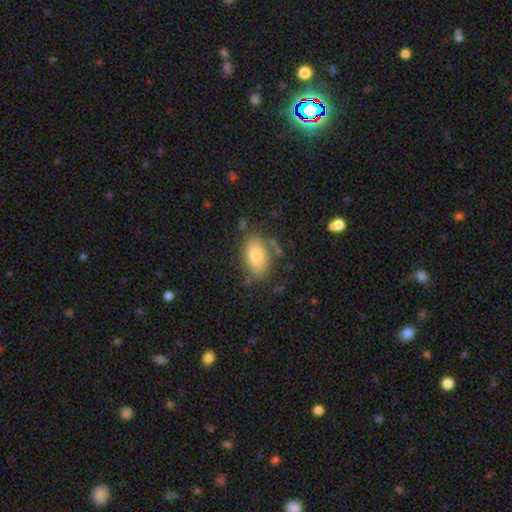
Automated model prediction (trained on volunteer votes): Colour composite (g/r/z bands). It shows a smooth galaxy with no disk features (78%) that is in between round and cigar-shaped (91%). Merging: none (73%).